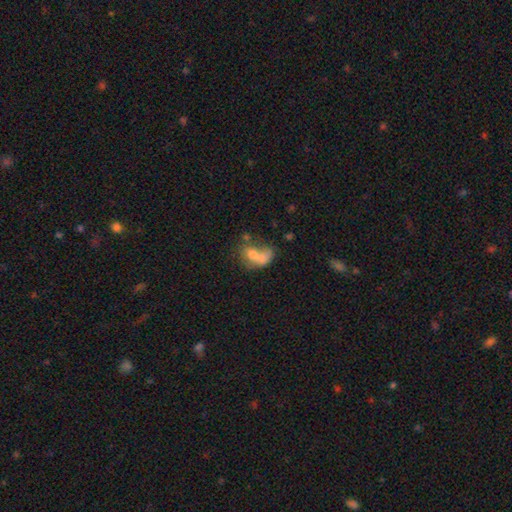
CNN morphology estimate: Smooth or featured? smooth (61%)
How rounded? in between (70%)
Merging? merger (54%)